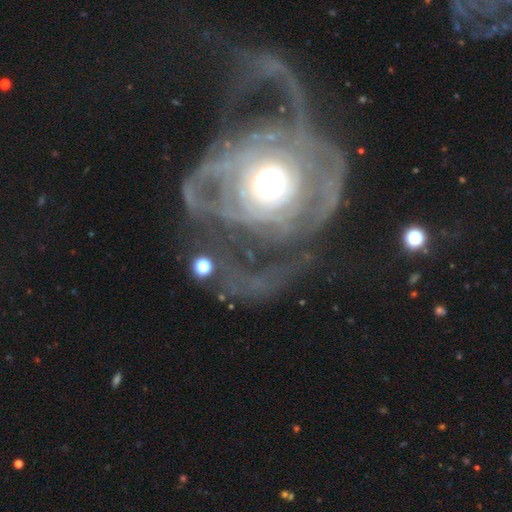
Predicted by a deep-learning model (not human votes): A featured or disk galaxy (73%) with no bar (85%), spiral arms (59%) and a moderate central bulge (55%). Merging: major disturbance (48%).